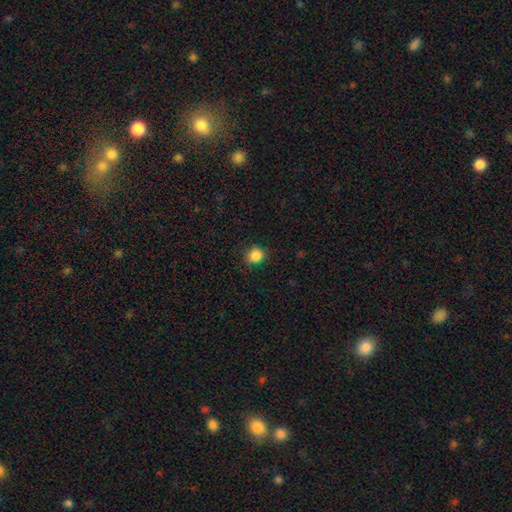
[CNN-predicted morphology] smooth 86%, star or artifact 11%, featured or disk 3%. Down the decision tree: how rounded — round (84%); merging — none (84%).